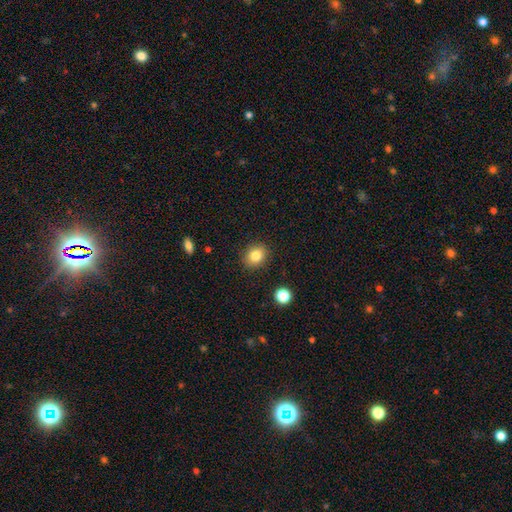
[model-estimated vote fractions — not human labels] Morphology: type=smooth (82%); roundness=round (56%); merging=none (89%).